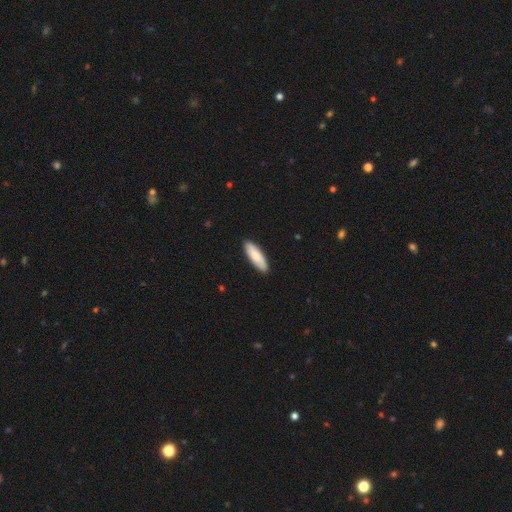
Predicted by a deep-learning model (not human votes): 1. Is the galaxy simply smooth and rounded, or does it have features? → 84% smooth, 12% featured or disk, 5% star or artifact.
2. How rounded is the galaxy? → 53% cigar-shaped, 46% in between, 2% round.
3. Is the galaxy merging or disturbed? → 90% none, 8% minor disturbance, 1% major disturbance, 1% merger.